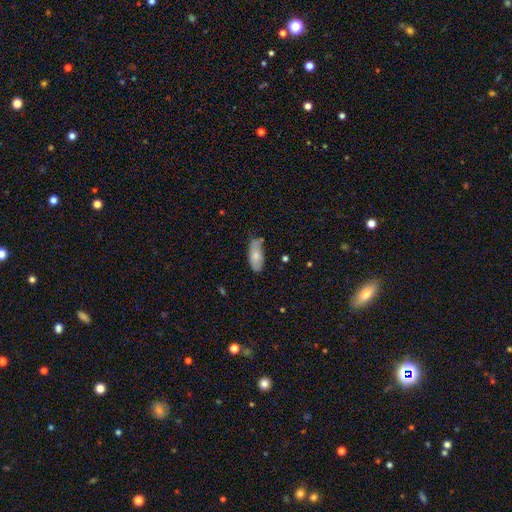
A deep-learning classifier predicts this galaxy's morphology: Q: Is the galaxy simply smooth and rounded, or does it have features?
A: smooth — 73%.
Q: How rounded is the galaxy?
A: in between — 85%.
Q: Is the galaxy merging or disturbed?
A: none — 53%.